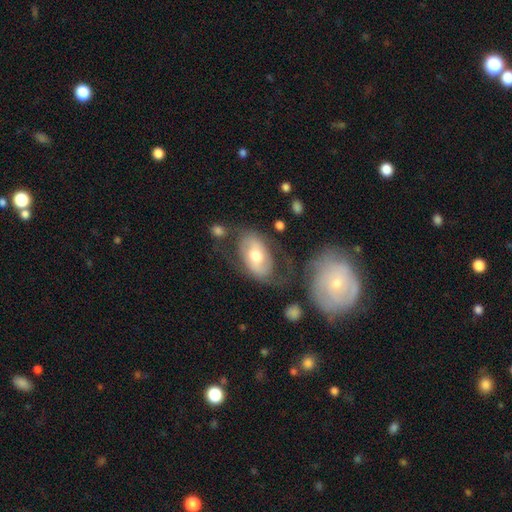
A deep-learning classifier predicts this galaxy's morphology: featured or disk 55%, smooth 38%, star or artifact 6%. Down the decision tree: edge-on disk — no (93%); bar — no (40%); spiral arms — yes (65%); bulge size — moderate (71%); merging — none (55%).